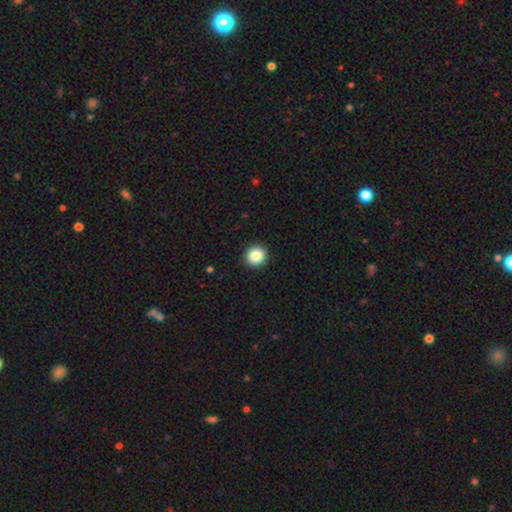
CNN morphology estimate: smooth-or-featured: smooth: 86% | star or artifact: 9% | featured or disk: 5%
  how-rounded: round: 92% | in between: 7% | cigar-shaped: 1%
  merging: none: 93% | minor disturbance: 5% | major disturbance: 2% | merger: 1%